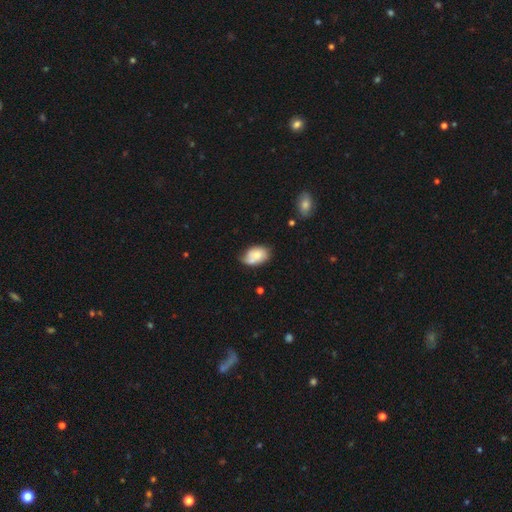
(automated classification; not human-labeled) A smooth galaxy with no disk features (67%) that is in between round and cigar-shaped (86%). Merging: none (47%).